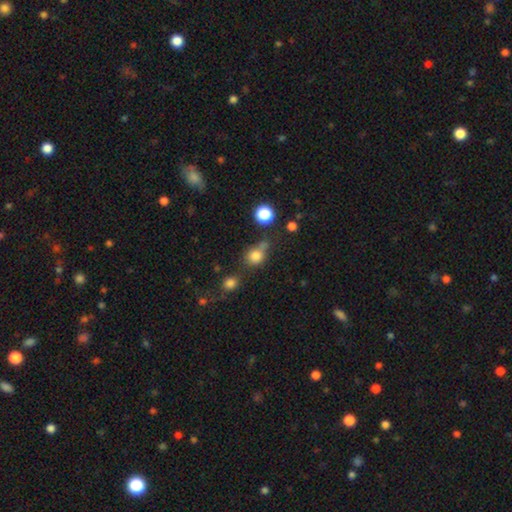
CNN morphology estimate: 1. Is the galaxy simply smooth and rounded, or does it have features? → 79% smooth, 14% star or artifact, 7% featured or disk.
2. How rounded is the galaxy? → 77% round, 22% in between, 1% cigar-shaped.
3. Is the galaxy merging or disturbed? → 51% none, 24% merger, 17% minor disturbance, 8% major disturbance.